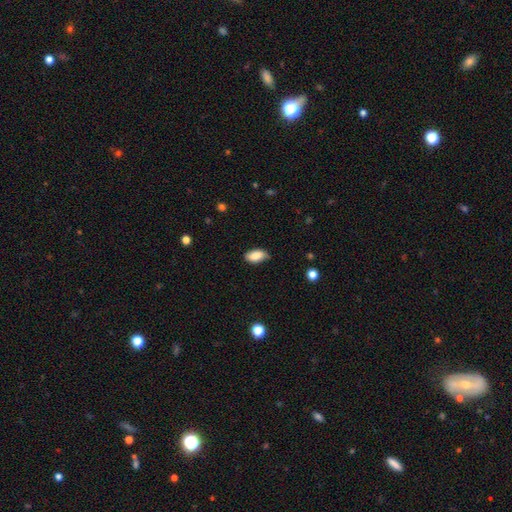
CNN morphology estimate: smooth_or_featured: smooth (p=0.85) [alt: featured or disk p=0.08]
how_rounded: in between (p=0.93) [alt: cigar-shaped p=0.04]
merging: none (p=0.77) [alt: minor disturbance p=0.19]